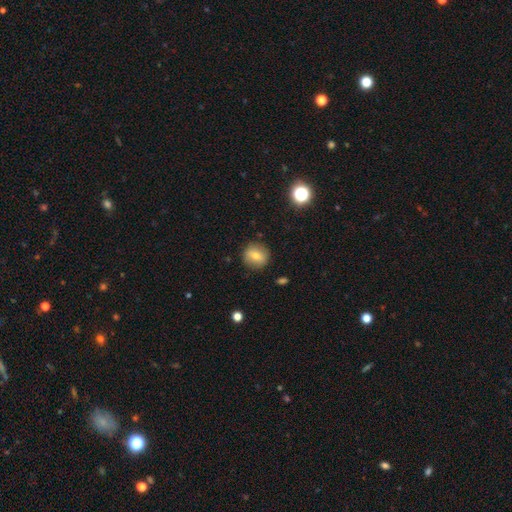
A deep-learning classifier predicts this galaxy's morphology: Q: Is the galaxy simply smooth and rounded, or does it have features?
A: smooth — 70%.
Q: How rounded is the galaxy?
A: round — 85%.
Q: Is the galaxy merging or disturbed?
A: none — 86%.